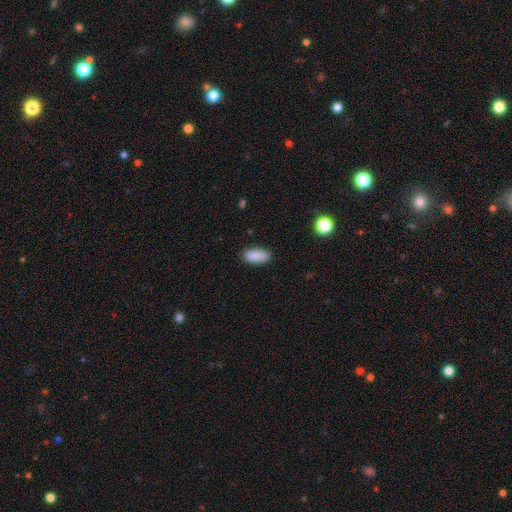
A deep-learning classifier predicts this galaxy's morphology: This is clearly a smooth galaxy (89%). How rounded: clearly in between (88%). Merging: clearly none (86%).